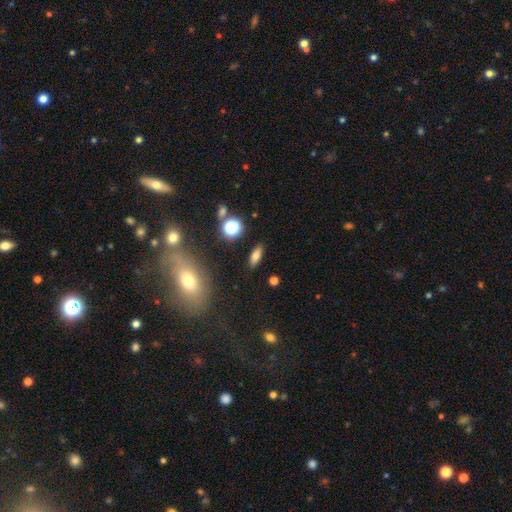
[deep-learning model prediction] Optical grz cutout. It shows a smooth galaxy with no disk features (68%) that is in between round and cigar-shaped (64%). Merging: none (87%).